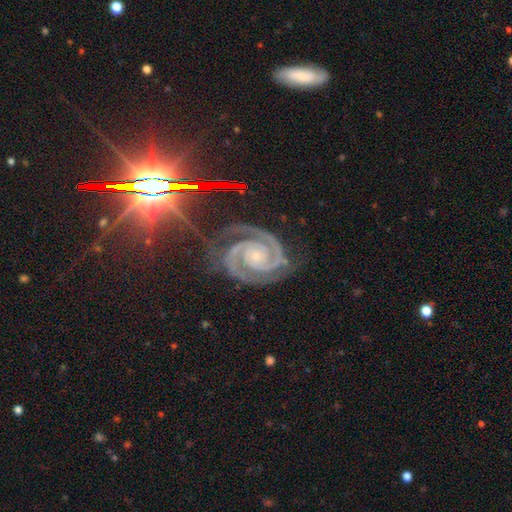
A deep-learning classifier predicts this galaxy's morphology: The model was most divided on "bar": no: 71%, weak: 18%, strong: 11%. More confident: spiral arms — yes (99%); edge-on disk — no (98%); smooth or featured — featured or disk (92%); spiral arm count — 2 (89%); merging — none (81%); bulge size — small (78%); spiral winding — tight (76%).